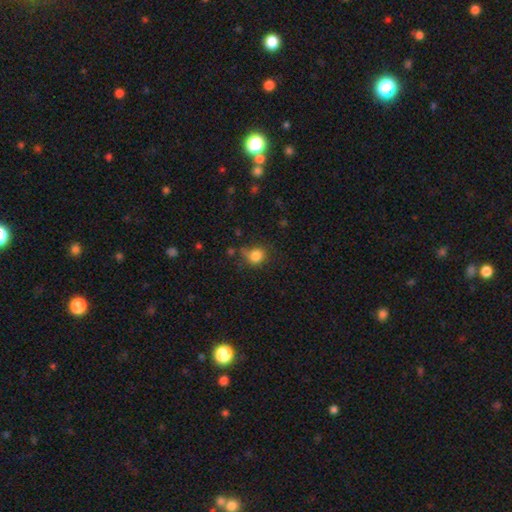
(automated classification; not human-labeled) This appears to be a smooth galaxy with no disk features (83%) that is round (77%). Merging: none (58%).